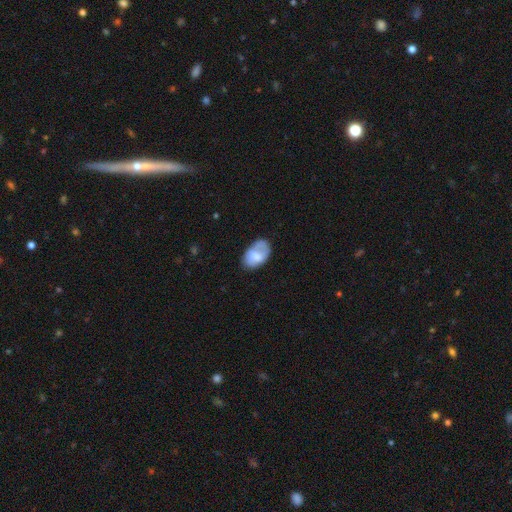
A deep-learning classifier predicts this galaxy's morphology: smooth_or_featured: smooth (p=0.65) [alt: featured or disk p=0.27]
how_rounded: in between (p=0.90) [alt: round p=0.09]
merging: none (p=0.49) [alt: minor disturbance p=0.30]